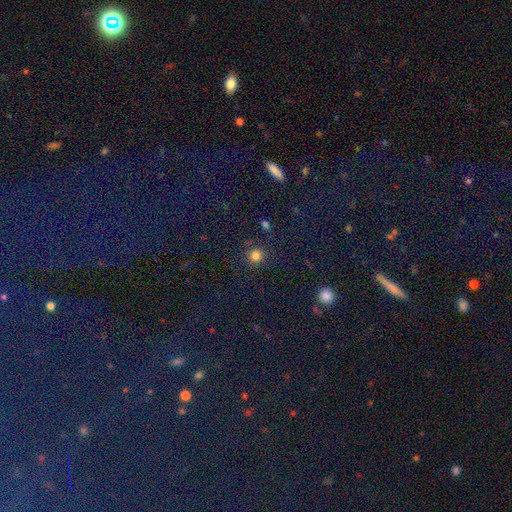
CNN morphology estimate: Q: Smooth or featured?
A: smooth (79%); runner-up: star or artifact (16%)
Q: How rounded?
A: round (92%); runner-up: in between (7%)
Q: Merging?
A: none (85%); runner-up: minor disturbance (9%)